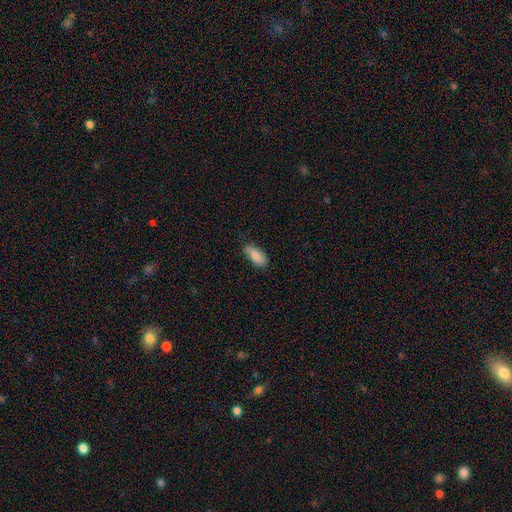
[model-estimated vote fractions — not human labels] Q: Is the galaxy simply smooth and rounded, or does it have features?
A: smooth — 82%.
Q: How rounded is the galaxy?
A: in between — 87%.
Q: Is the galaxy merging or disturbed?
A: none — 73%.